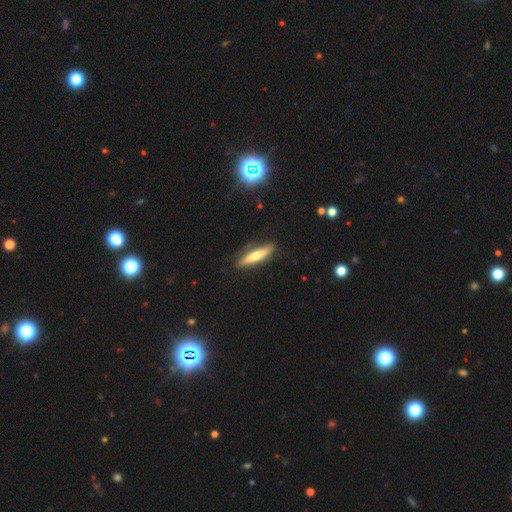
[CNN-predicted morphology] Smooth or featured: smooth — 51% (featured or disk — 43%)
How rounded: cigar-shaped — 81% (in between — 18%)
Merging: none — 84% (minor disturbance — 12%)